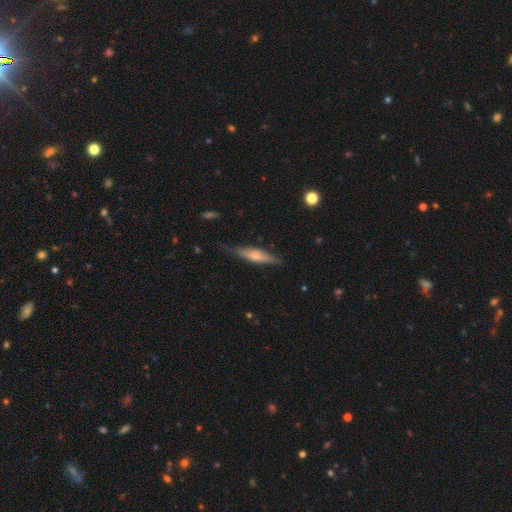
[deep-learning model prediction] featured or disk 49%, smooth 45%, star or artifact 6%. Down the decision tree: merging — none (74%).